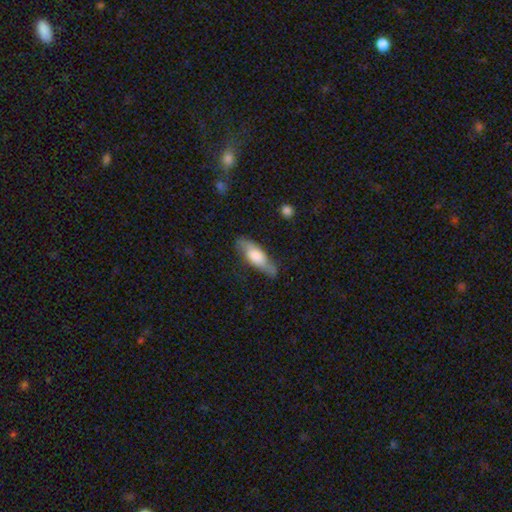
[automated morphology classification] Q: Smooth or featured?
A: smooth (56%); runner-up: featured or disk (38%)
Q: How rounded?
A: in between (51%); runner-up: cigar-shaped (47%)
Q: Merging?
A: none (72%); runner-up: minor disturbance (21%)